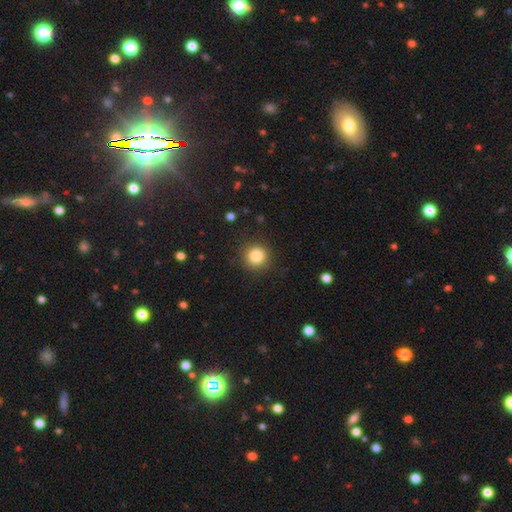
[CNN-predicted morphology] type=smooth (85%); roundness=round (94%); merging=none (89%).